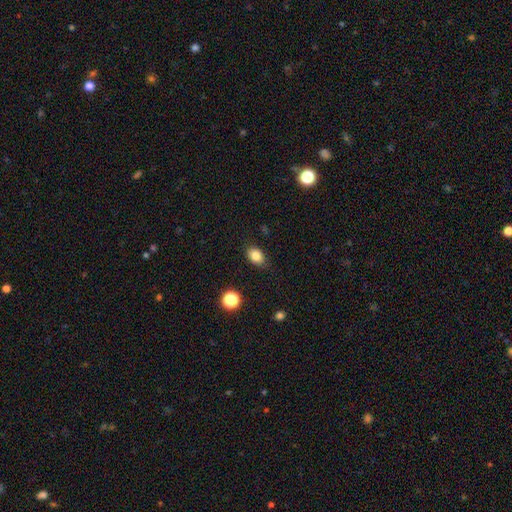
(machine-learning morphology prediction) Smooth or featured?
  - smooth: 83% *
  - star or artifact: 10%
  - featured or disk: 6%
How rounded?
  - in between: 79% *
  - round: 20%
  - cigar-shaped: 1%
Merging?
  - none: 83% *
  - minor disturbance: 13%
  - major disturbance: 3%
  - merger: 1%